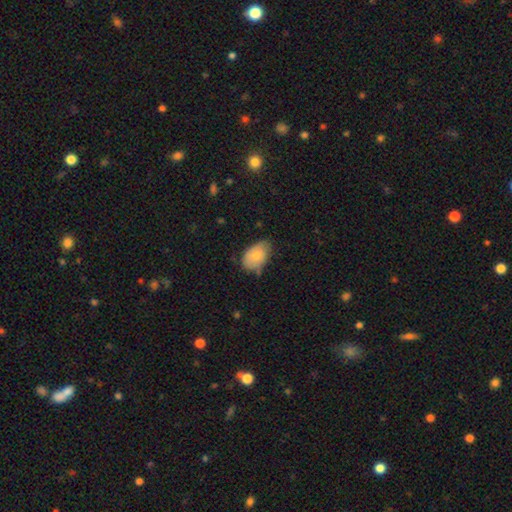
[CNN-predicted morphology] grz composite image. It shows a smooth galaxy with no disk features (71%) that is in between round and cigar-shaped (87%). Merging: none (54%).